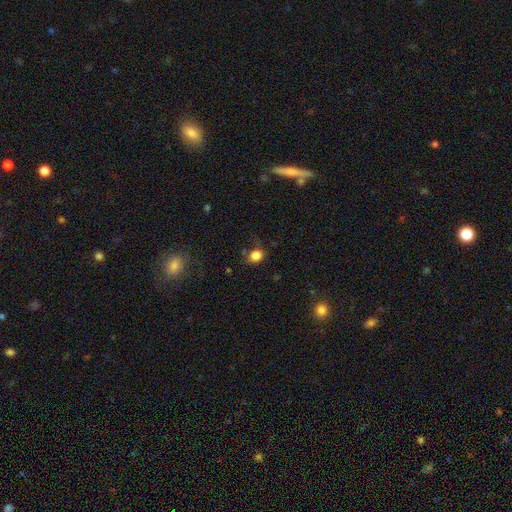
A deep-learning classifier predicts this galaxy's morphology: Smooth or featured: smooth — 82% (star or artifact — 12%)
How rounded: round — 60% (in between — 39%)
Merging: none — 65% (minor disturbance — 22%)